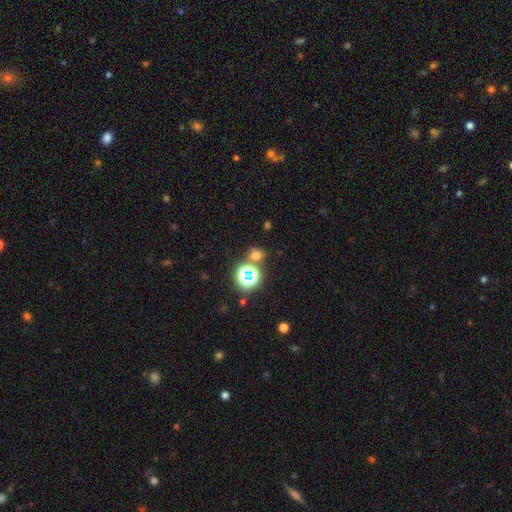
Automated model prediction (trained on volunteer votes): Overall: smooth (49%; star or artifact 41%). Merging: none (69%).